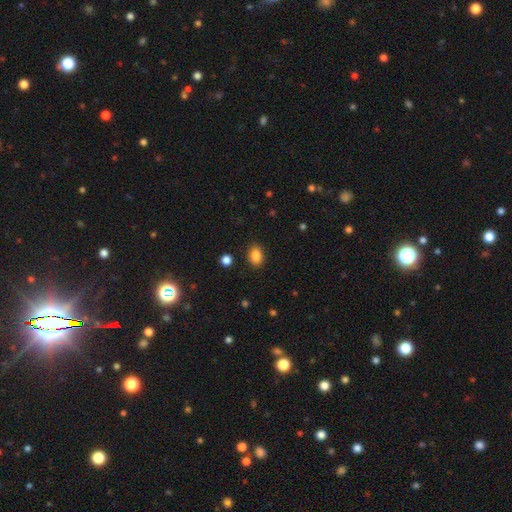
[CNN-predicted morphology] A smooth galaxy with no disk features (86%) that is in between round and cigar-shaped (79%).

Vote fractions:
- Smooth or featured? smooth: 86% / star or artifact: 9% / featured or disk: 4%
- How rounded? in between: 79% / round: 20% / cigar-shaped: 1%
- Merging? none: 87% / minor disturbance: 9% / major disturbance: 3% / merger: 1%